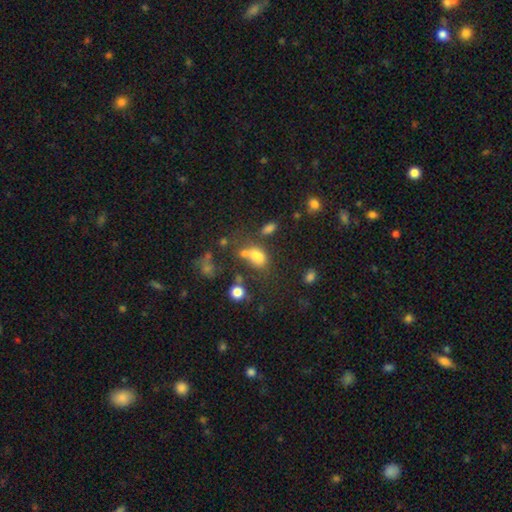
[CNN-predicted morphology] Smooth or featured?
  - smooth: 71% *
  - star or artifact: 17%
  - featured or disk: 12%
How rounded?
  - in between: 78% *
  - round: 19%
  - cigar-shaped: 3%
Merging?
  - none: 37% *
  - merger: 34%
  - minor disturbance: 17%
  - major disturbance: 13%